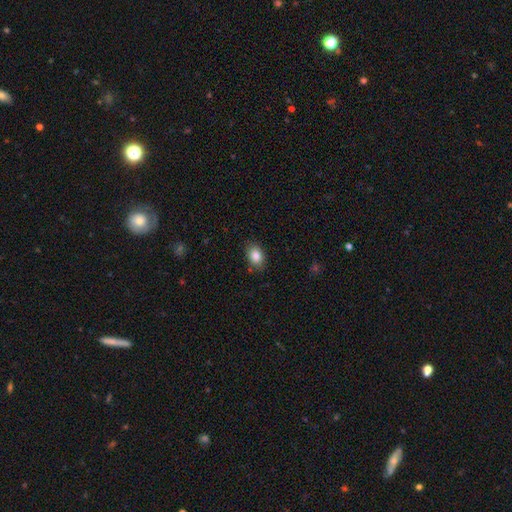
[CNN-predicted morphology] This is clearly a smooth galaxy (85%). How rounded: clearly in between (81%). Merging: clearly none (84%).